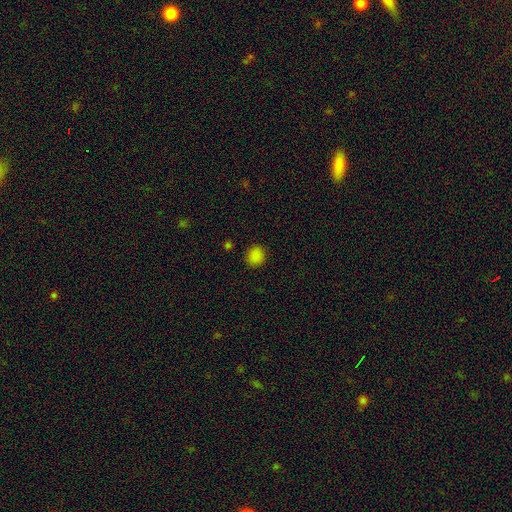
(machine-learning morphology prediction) A smooth galaxy with no disk features (85%) that is round (85%). Merging: none (90%).